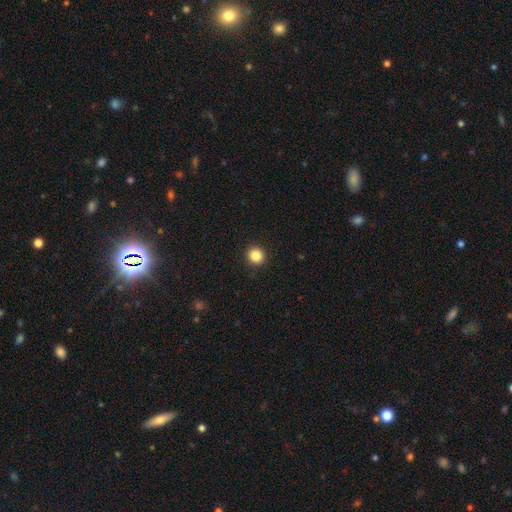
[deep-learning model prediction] This is clearly a smooth galaxy (86%). How rounded: clearly round (94%). Merging: clearly none (93%).